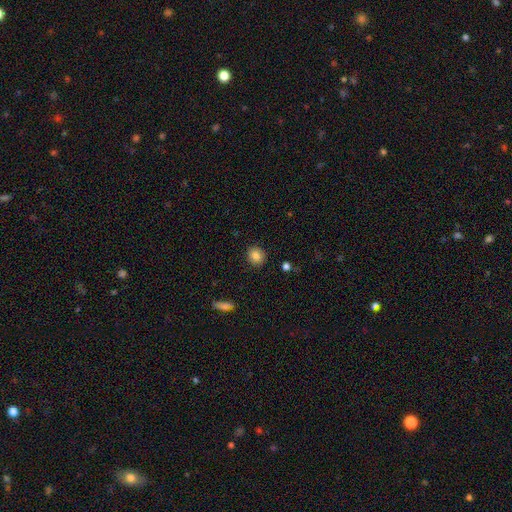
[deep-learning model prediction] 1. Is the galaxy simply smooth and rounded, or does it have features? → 85% smooth, 9% star or artifact, 6% featured or disk.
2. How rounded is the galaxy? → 79% round, 20% in between, 1% cigar-shaped.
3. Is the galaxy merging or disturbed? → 89% none, 7% minor disturbance, 2% major disturbance, 1% merger.